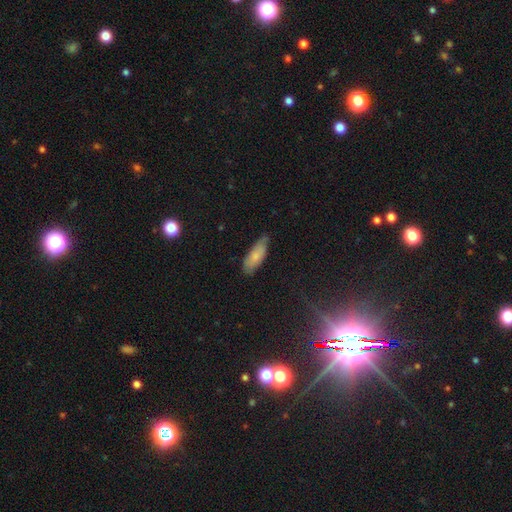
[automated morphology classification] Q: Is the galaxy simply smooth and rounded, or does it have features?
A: smooth — 76%.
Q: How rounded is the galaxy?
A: in between — 66%.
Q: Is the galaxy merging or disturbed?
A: none — 67%.